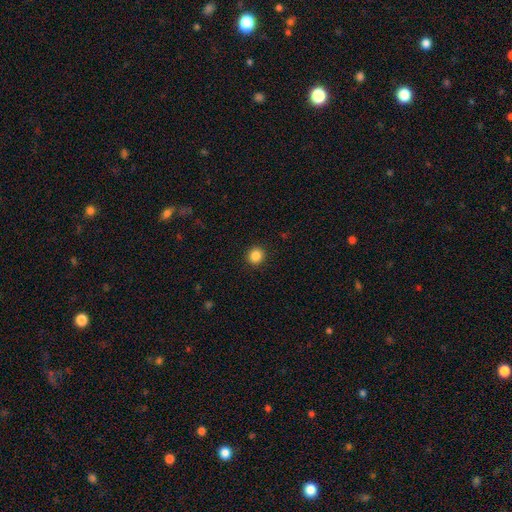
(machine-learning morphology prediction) Q: Smooth or featured?
A: smooth (86%); runner-up: star or artifact (10%)
Q: How rounded?
A: round (91%); runner-up: in between (8%)
Q: Merging?
A: none (92%); runner-up: minor disturbance (5%)